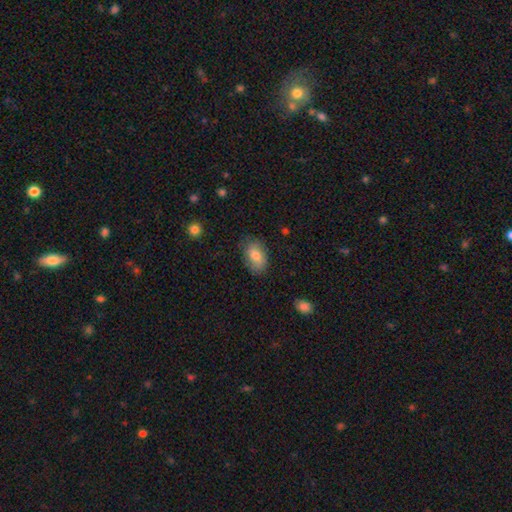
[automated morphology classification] type=smooth (79%); roundness=in between (88%); merging=none (77%).